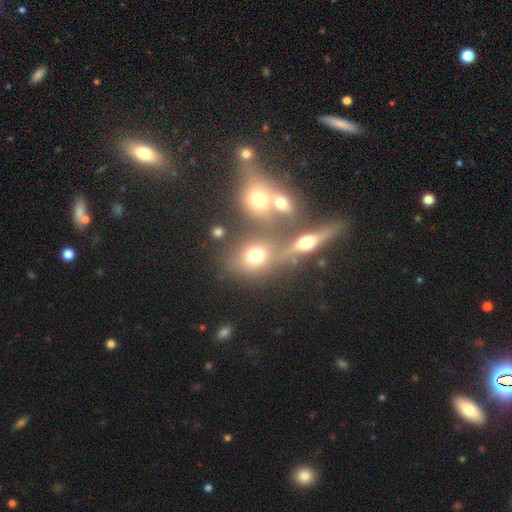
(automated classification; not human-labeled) smooth 70%, star or artifact 15%, featured or disk 15%. Down the decision tree: how rounded — round (61%); merging — none (46%).